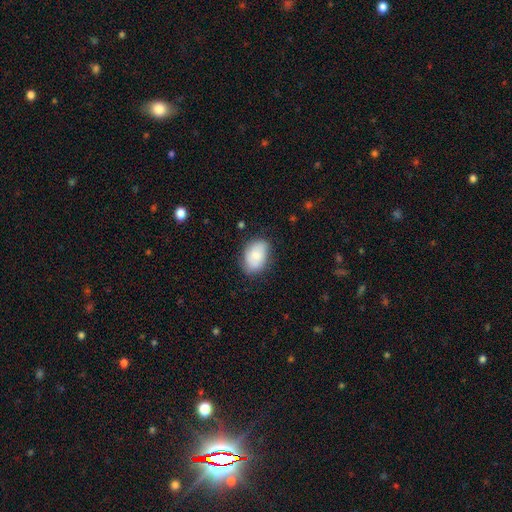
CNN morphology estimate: A smooth galaxy with no disk features (83%) that is in between round and cigar-shaped (86%).

Vote fractions:
- Smooth or featured? smooth: 83% / featured or disk: 11% / star or artifact: 6%
- How rounded? in between: 86% / round: 13% / cigar-shaped: 1%
- Merging? none: 74% / minor disturbance: 20% / major disturbance: 5% / merger: 1%